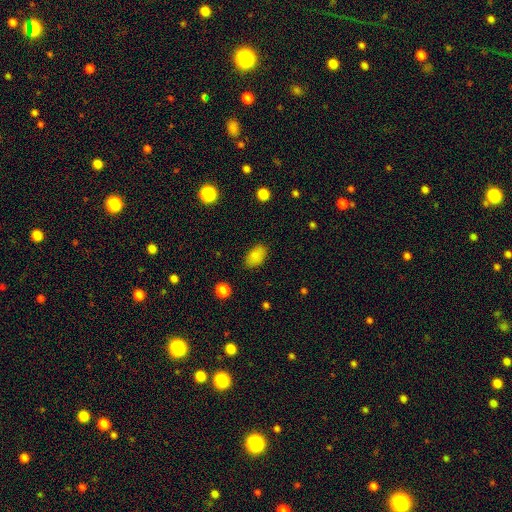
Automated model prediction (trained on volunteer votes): A smooth galaxy with no disk features (85%) that is in between round and cigar-shaped (91%).

Vote fractions:
- Smooth or featured? smooth: 85% / star or artifact: 9% / featured or disk: 7%
- How rounded? in between: 91% / round: 8% / cigar-shaped: 2%
- Merging? none: 85% / minor disturbance: 11% / major disturbance: 3% / merger: 1%